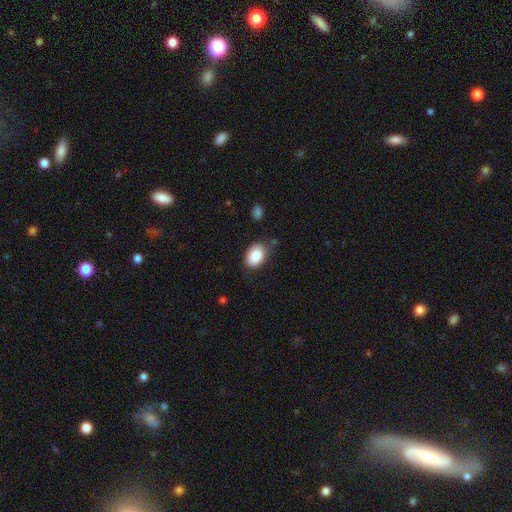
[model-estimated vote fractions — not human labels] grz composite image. It shows a smooth galaxy with no disk features (86%) that is in between round and cigar-shaped (82%). Merging: none (73%).